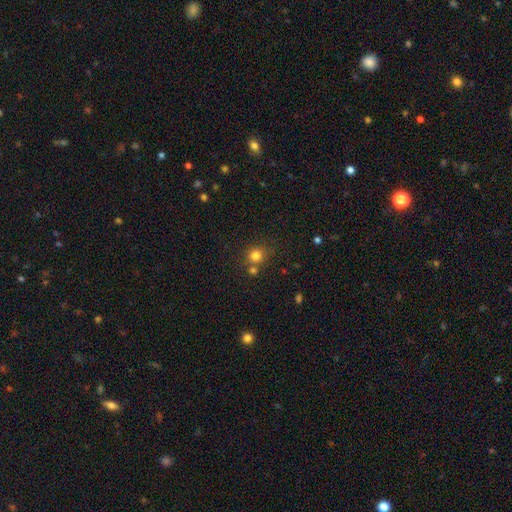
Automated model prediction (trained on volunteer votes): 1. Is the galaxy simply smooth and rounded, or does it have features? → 80% smooth, 14% star or artifact, 6% featured or disk.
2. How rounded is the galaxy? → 86% round, 13% in between, 1% cigar-shaped.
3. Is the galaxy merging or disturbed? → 65% none, 22% merger, 9% minor disturbance, 3% major disturbance.